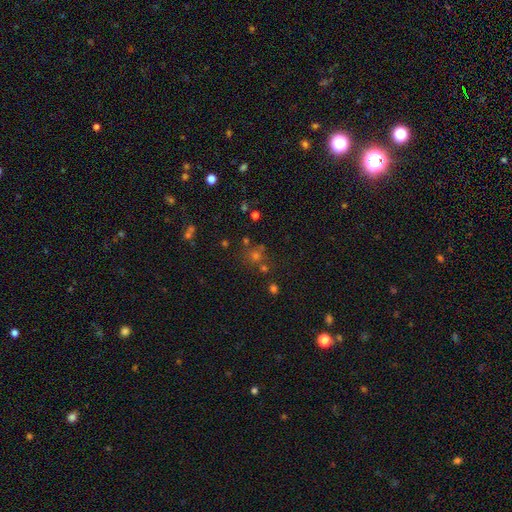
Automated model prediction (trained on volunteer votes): smooth-or-featured: smooth: 46% | star or artifact: 43% | featured or disk: 11%
  merging: none: 69% | merger: 17% | minor disturbance: 10% | major disturbance: 5%